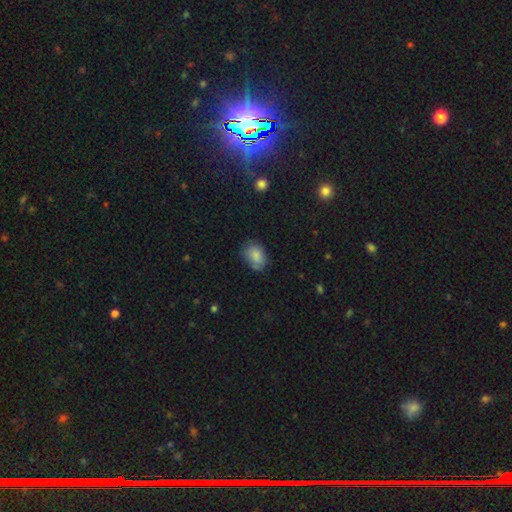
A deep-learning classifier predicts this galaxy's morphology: This appears to be a smooth galaxy with no disk features (81%) that is in between round and cigar-shaped (74%). Merging: none (64%).